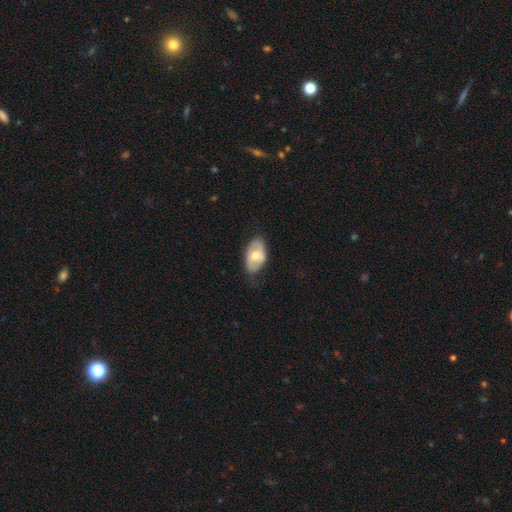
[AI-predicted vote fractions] smooth 53%, featured or disk 42%, star or artifact 6%. Down the decision tree: how rounded — in between (92%); merging — none (68%).